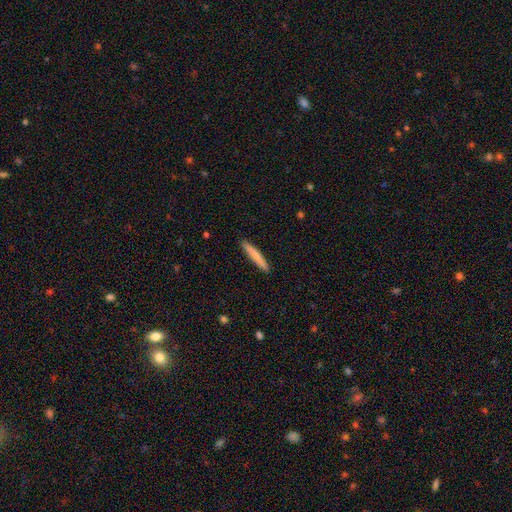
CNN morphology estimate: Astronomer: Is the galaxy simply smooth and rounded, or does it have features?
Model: smooth — 72%.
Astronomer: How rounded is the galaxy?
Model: cigar-shaped — 95%.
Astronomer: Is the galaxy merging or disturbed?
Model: none — 91%.